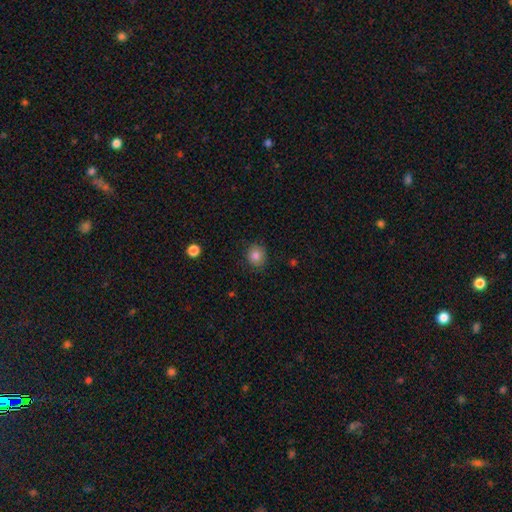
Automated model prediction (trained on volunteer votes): Smooth or featured: smooth — 83% (star or artifact — 10%)
How rounded: round — 79% (in between — 20%)
Merging: none — 85% (minor disturbance — 11%)